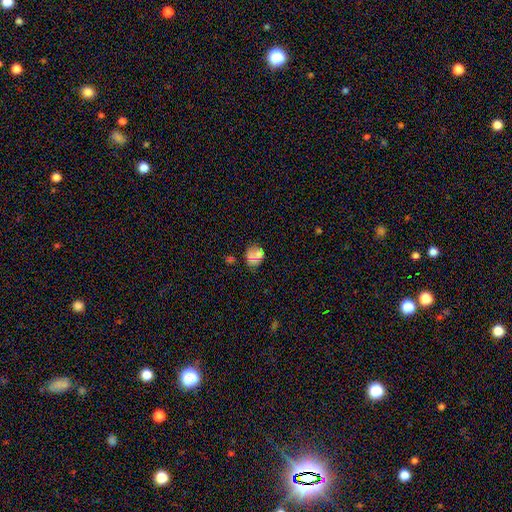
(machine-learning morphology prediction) Overall: smooth (57%; featured or disk 26%). How rounded: round (60%; in between 38%). Merging: none (50%; minor disturbance 21%).